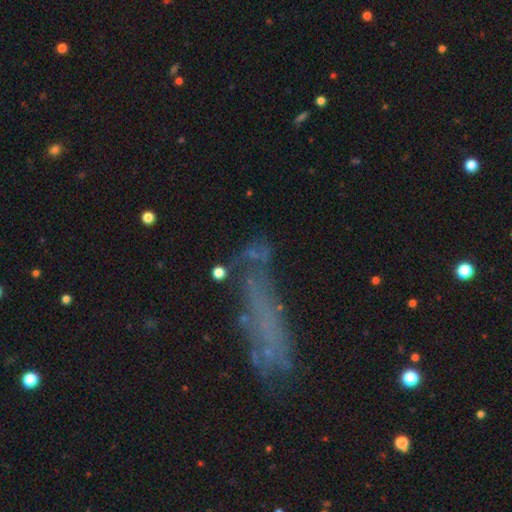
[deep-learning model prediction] Smooth or featured? Predicted: smooth (p=0.36). Merging? Predicted: none (p=0.60).